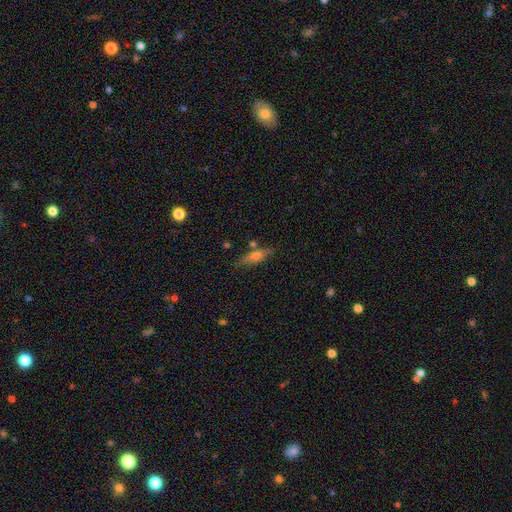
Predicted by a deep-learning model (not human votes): Smooth or featured?
  - smooth: 57% *
  - featured or disk: 34%
  - star or artifact: 8%
How rounded?
  - cigar-shaped: 59% *
  - in between: 38%
  - round: 3%
Merging?
  - none: 72% *
  - minor disturbance: 15%
  - merger: 9%
  - major disturbance: 4%